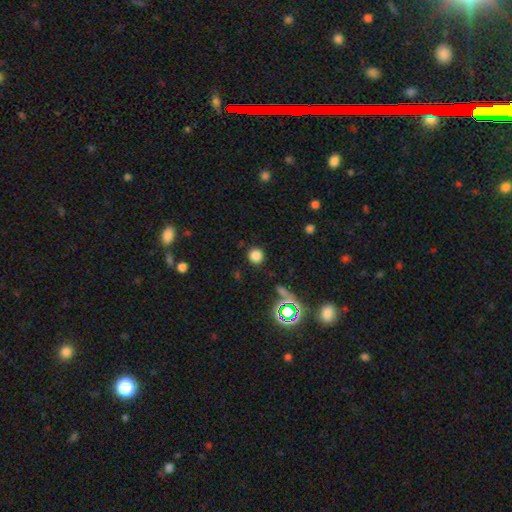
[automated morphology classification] A smooth galaxy with no disk features (79%) that is round (93%).

Vote fractions:
- Smooth or featured? smooth: 79% / star or artifact: 16% / featured or disk: 5%
- How rounded? round: 93% / in between: 6% / cigar-shaped: 1%
- Merging? none: 88% / minor disturbance: 7% / major disturbance: 3% / merger: 2%